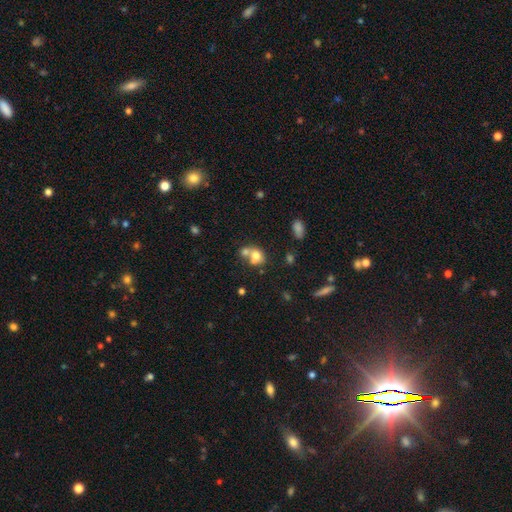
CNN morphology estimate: A smooth galaxy with no disk features (72%) that is round (57%).

Vote fractions:
- Smooth or featured? smooth: 72% / featured or disk: 17% / star or artifact: 11%
- How rounded? round: 57% / in between: 42% / cigar-shaped: 1%
- Merging? merger: 57% / none: 29% / minor disturbance: 9% / major disturbance: 5%